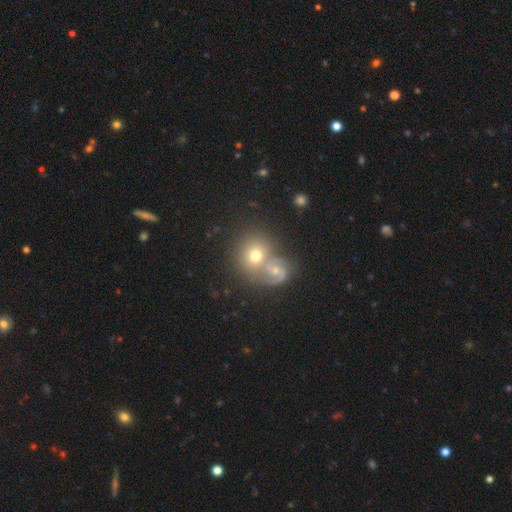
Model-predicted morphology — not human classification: A smooth galaxy with no disk features (54%) that is round (78%).

Vote fractions:
- Smooth or featured? smooth: 54% / featured or disk: 36% / star or artifact: 10%
- How rounded? round: 78% / in between: 21% / cigar-shaped: 1%
- Merging? merger: 48% / none: 39% / minor disturbance: 8% / major disturbance: 4%